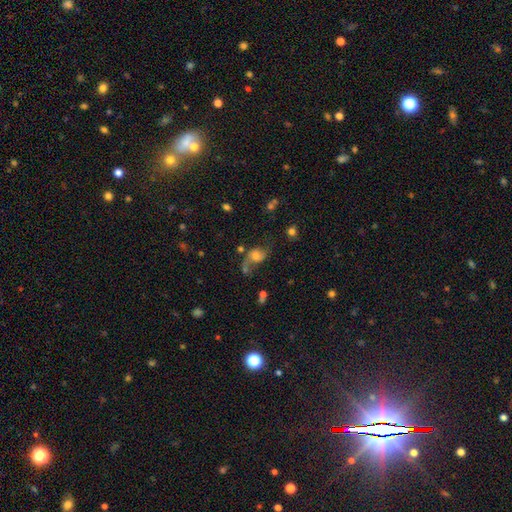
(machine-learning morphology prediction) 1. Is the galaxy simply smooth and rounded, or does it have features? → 50% featured or disk, 35% smooth, 14% star or artifact.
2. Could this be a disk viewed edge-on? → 96% no, 4% yes.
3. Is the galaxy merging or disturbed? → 41% none, 26% major disturbance, 20% minor disturbance, 14% merger.